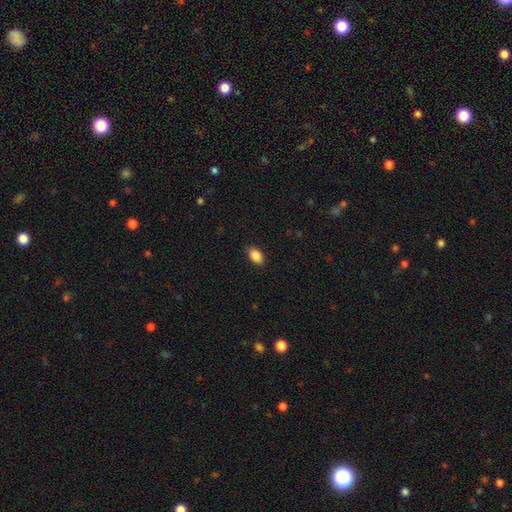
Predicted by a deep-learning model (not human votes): smooth 87%, star or artifact 8%, featured or disk 5%. Down the decision tree: how rounded — in between (90%); merging — none (87%).